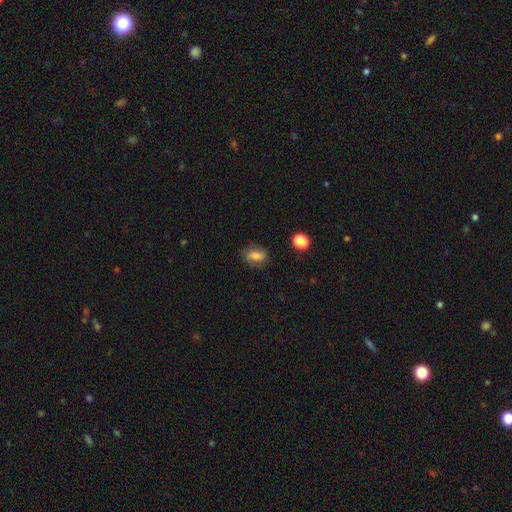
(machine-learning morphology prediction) Smooth or featured: smooth — 58% (featured or disk — 31%)
How rounded: in between — 73% (round — 23%)
Merging: none — 75% (minor disturbance — 17%)